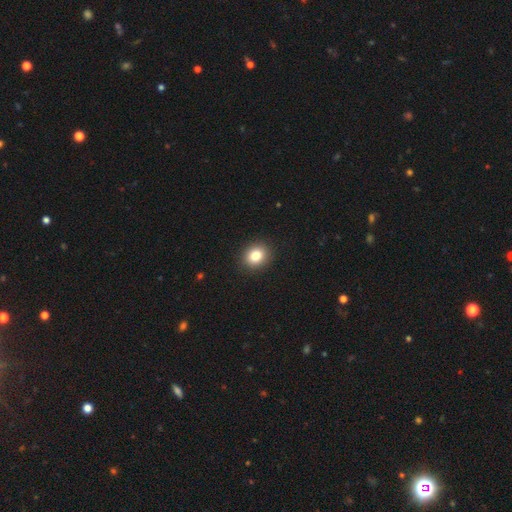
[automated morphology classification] smooth 83%, star or artifact 10%, featured or disk 7%. Down the decision tree: how rounded — round (66%); merging — none (91%).